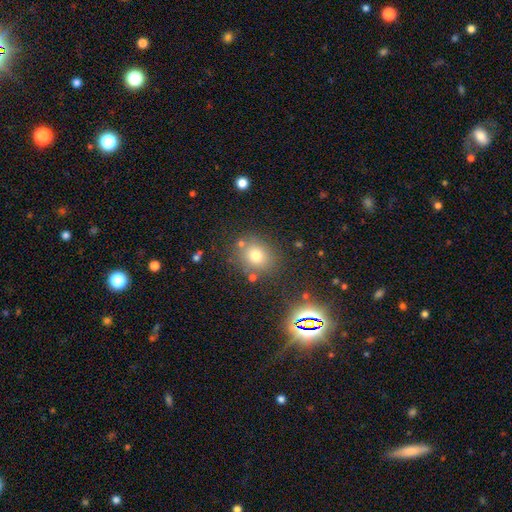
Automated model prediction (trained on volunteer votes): Q: Smooth or featured?
A: smooth (73%); runner-up: star or artifact (16%)
Q: How rounded?
A: round (73%); runner-up: in between (26%)
Q: Merging?
A: none (78%); runner-up: minor disturbance (11%)